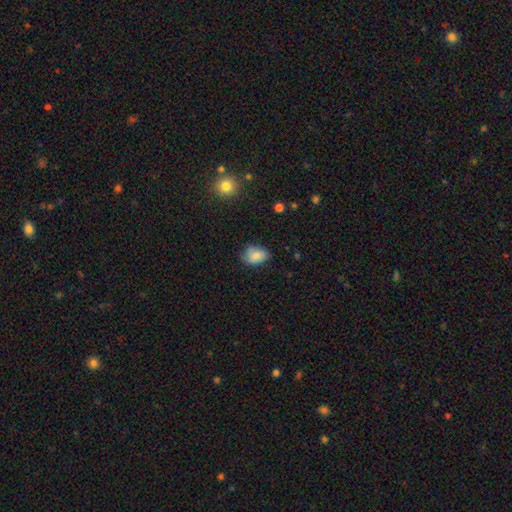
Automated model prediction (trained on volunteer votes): The model was most divided on "merging": none: 66%, minor disturbance: 27%, major disturbance: 5%, merger: 1%. More confident: smooth or featured — smooth (82%); how rounded — in between (73%).